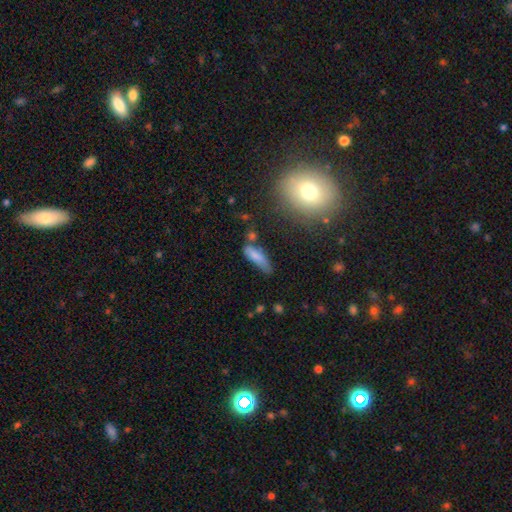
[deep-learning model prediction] smooth 74%, featured or disk 16%, star or artifact 10%. Down the decision tree: how rounded — cigar-shaped (55%); merging — none (44%).